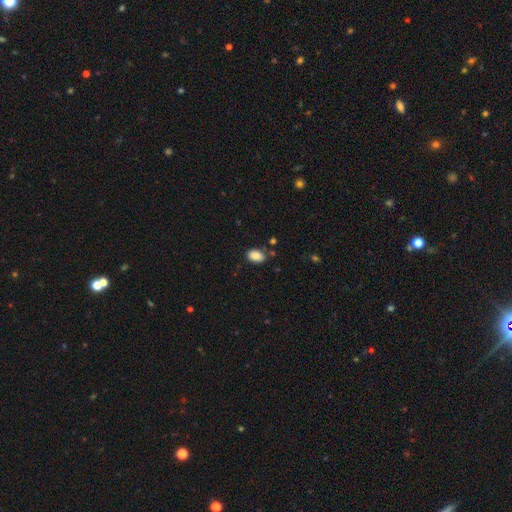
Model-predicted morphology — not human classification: smooth 88%, star or artifact 8%, featured or disk 3%. Down the decision tree: how rounded — in between (86%); merging — none (79%).